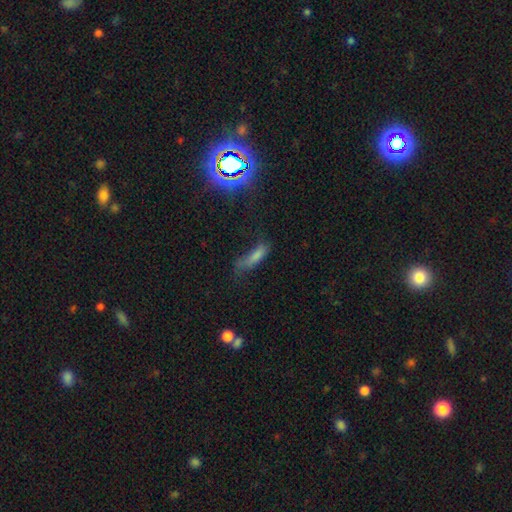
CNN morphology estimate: A smooth galaxy with no disk features (60%) that is cigar-shaped (60%).

Vote fractions:
- Smooth or featured? smooth: 60% / star or artifact: 21% / featured or disk: 18%
- How rounded? cigar-shaped: 60% / in between: 36% / round: 4%
- Merging? none: 42% / minor disturbance: 31% / major disturbance: 22% / merger: 5%